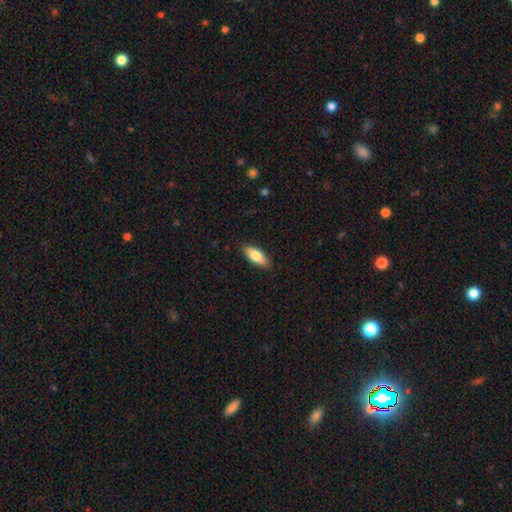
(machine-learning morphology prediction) smooth_or_featured: smooth (p=0.73) [alt: featured or disk p=0.22]
how_rounded: in between (p=0.71) [alt: cigar-shaped p=0.27]
merging: none (p=0.87) [alt: minor disturbance p=0.10]